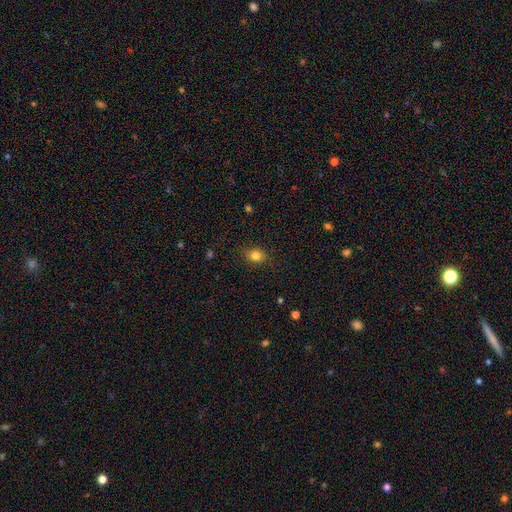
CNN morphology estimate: Overall: smooth (83%). How rounded: round (58%; in between 40%). Merging: none (85%).